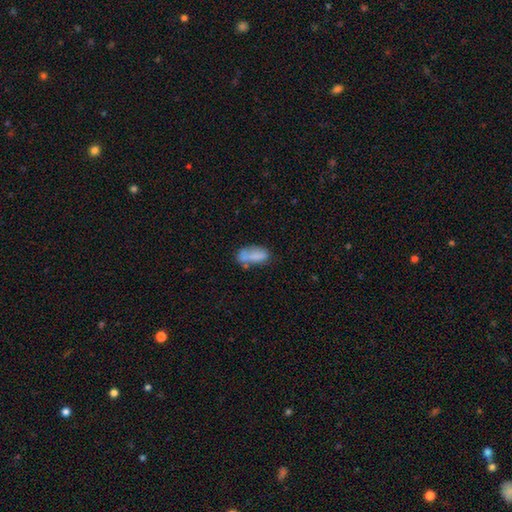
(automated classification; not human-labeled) Smooth or featured? smooth (72%)
How rounded? in between (82%)
Merging? none (42%)